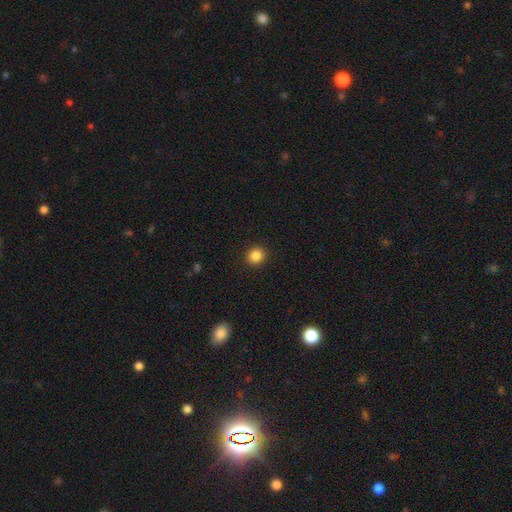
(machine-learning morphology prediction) Smooth or featured? smooth (86%)
How rounded? round (90%)
Merging? none (92%)